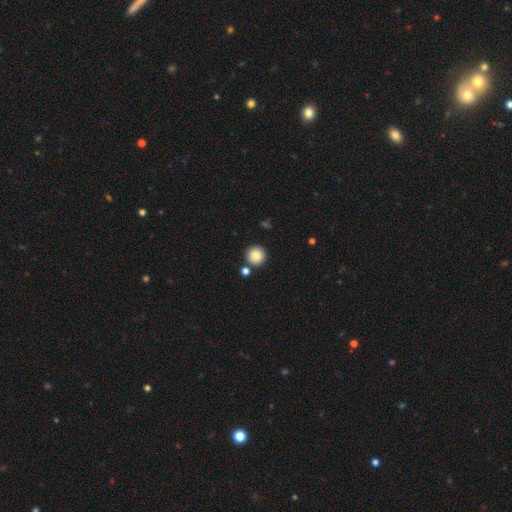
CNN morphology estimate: Q: Smooth or featured?
A: smooth (85%); runner-up: star or artifact (9%)
Q: How rounded?
A: round (95%); runner-up: in between (4%)
Q: Merging?
A: none (84%); runner-up: merger (7%)